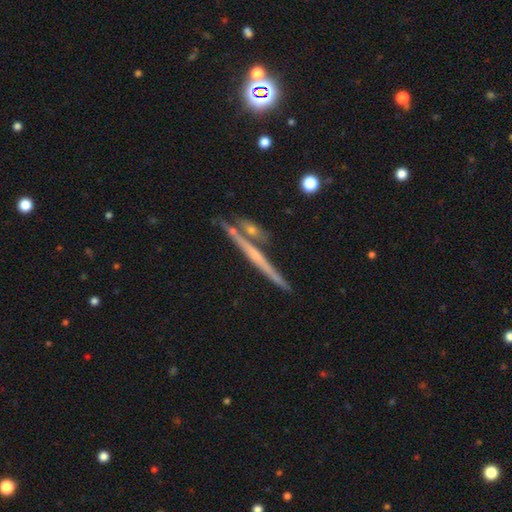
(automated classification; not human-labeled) smooth-or-featured: featured or disk: 67% | smooth: 26% | star or artifact: 8%
  disk-edge-on: yes: 97% | no: 3%
    edge-on-bulge: none: 70% | rounded: 23% | boxy: 6%
  merging: none: 75% | merger: 12% | minor disturbance: 10% | major disturbance: 3%